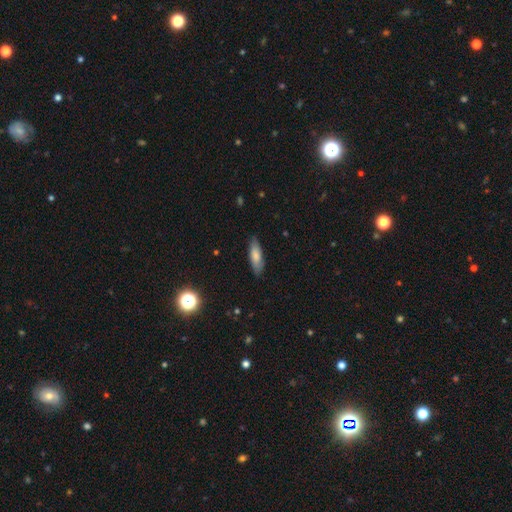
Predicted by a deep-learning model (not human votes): Smooth or featured? Predicted: smooth (p=0.77). How rounded? Predicted: in between (p=0.53). Merging? Predicted: none (p=0.83).